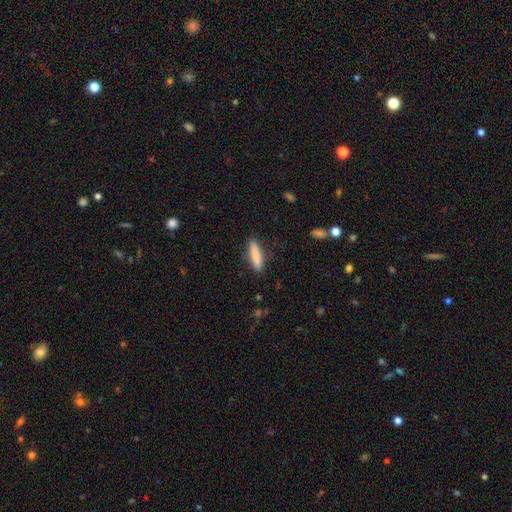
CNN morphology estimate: smooth-or-featured: smooth: 84% | featured or disk: 10% | star or artifact: 6%
  how-rounded: cigar-shaped: 77% | in between: 21% | round: 1%
  merging: none: 86% | minor disturbance: 10% | major disturbance: 2% | merger: 1%